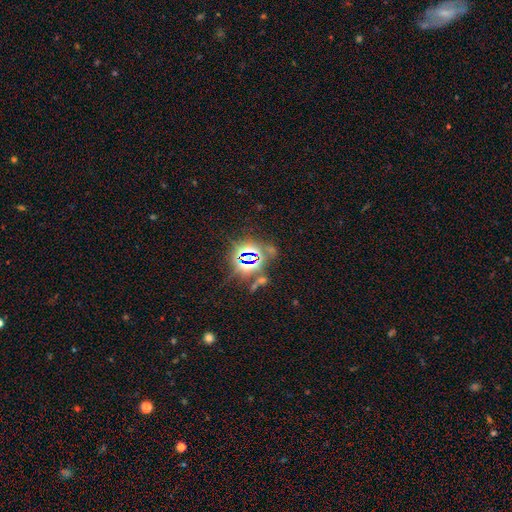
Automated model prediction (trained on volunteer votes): Smooth or featured? Predicted: star or artifact (p=0.80).